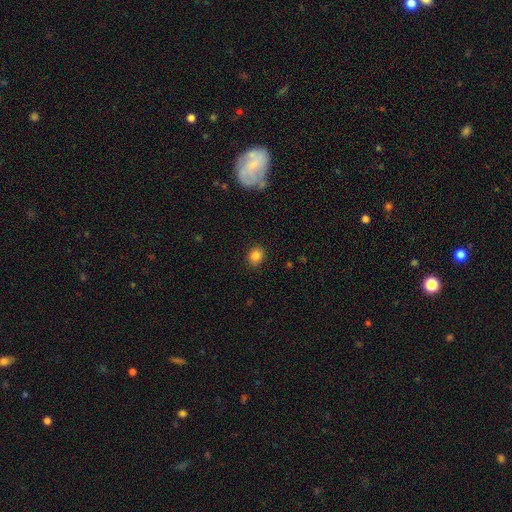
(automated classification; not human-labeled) Smooth or featured? Predicted: smooth (p=0.84). How rounded? Predicted: round (p=0.66). Merging? Predicted: none (p=0.88).